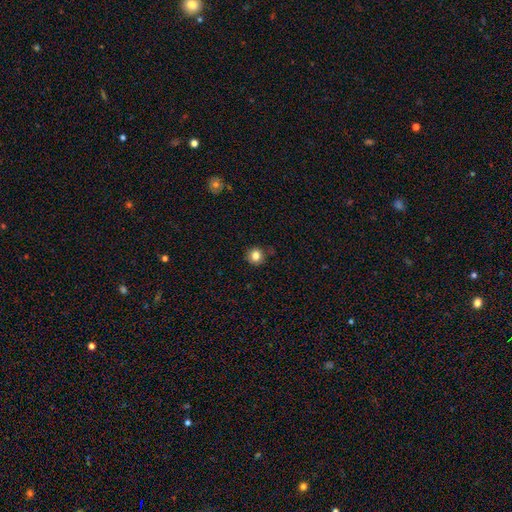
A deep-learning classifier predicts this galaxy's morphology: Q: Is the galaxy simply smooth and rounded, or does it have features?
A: smooth — 83%.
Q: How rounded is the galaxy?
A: round — 91%.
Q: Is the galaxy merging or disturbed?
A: none — 87%.